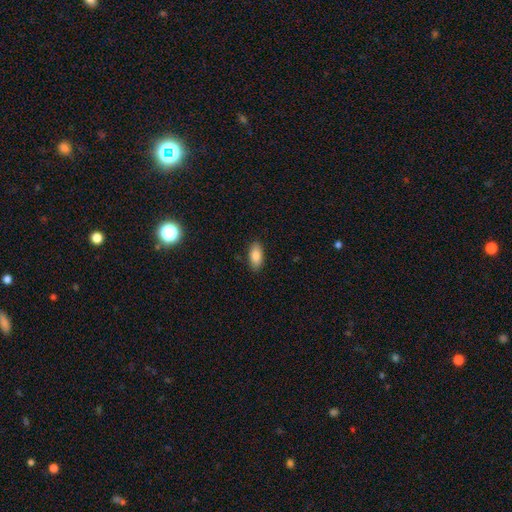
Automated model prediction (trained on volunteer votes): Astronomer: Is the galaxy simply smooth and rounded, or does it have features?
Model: smooth — 85%.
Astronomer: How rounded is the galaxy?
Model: in between — 91%.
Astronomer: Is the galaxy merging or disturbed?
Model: none — 87%.